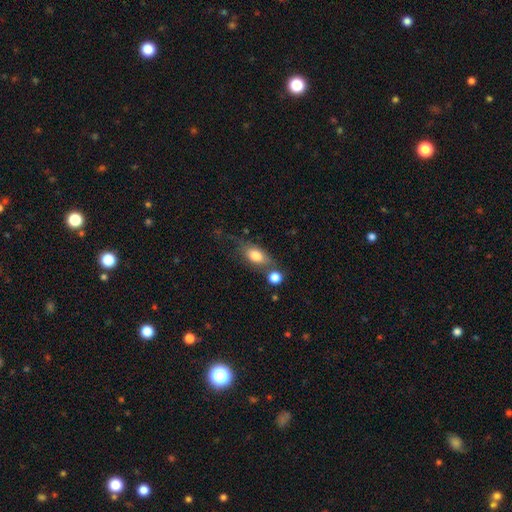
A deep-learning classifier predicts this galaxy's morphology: Smooth or featured? smooth (76%)
How rounded? in between (78%)
Merging? none (46%)